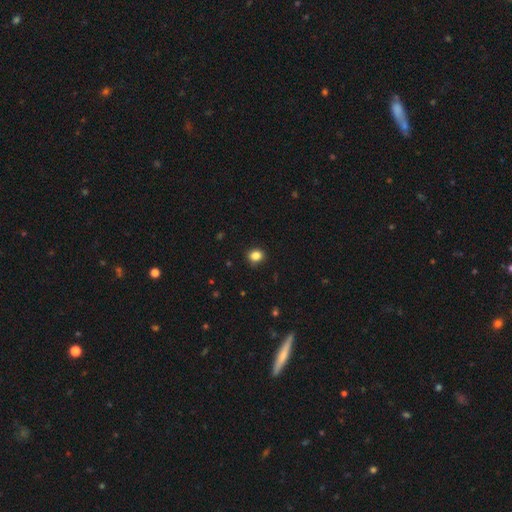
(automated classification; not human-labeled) Smooth or featured? Predicted: smooth (p=0.85). How rounded? Predicted: round (p=0.62). Merging? Predicted: none (p=0.87).